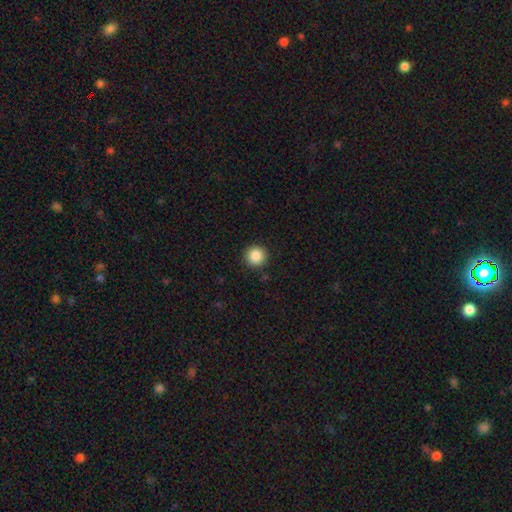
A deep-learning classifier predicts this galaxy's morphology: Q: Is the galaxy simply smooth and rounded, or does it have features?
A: smooth — 87%.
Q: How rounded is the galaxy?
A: round — 96%.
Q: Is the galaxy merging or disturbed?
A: none — 92%.